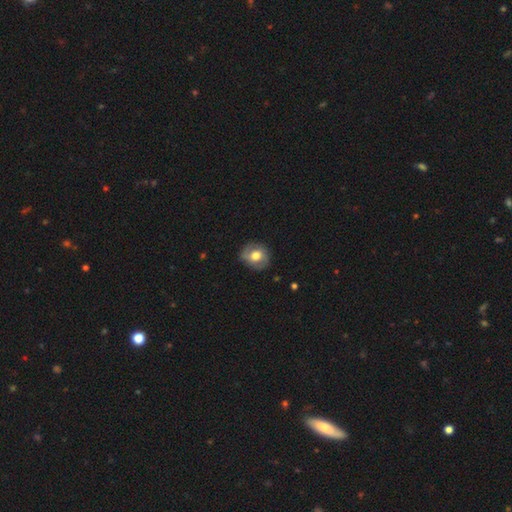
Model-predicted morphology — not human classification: Smooth or featured: smooth — 53% (featured or disk — 40%)
How rounded: round — 72% (in between — 27%)
Merging: none — 80% (minor disturbance — 15%)